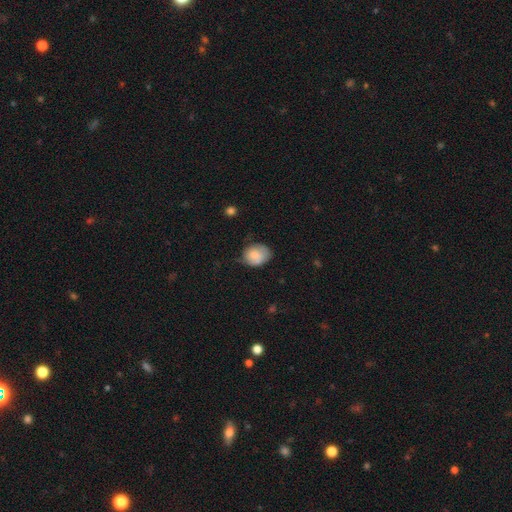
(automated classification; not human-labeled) This appears to be a smooth galaxy with no disk features (74%) that is round (53%). Merging: none (49%).